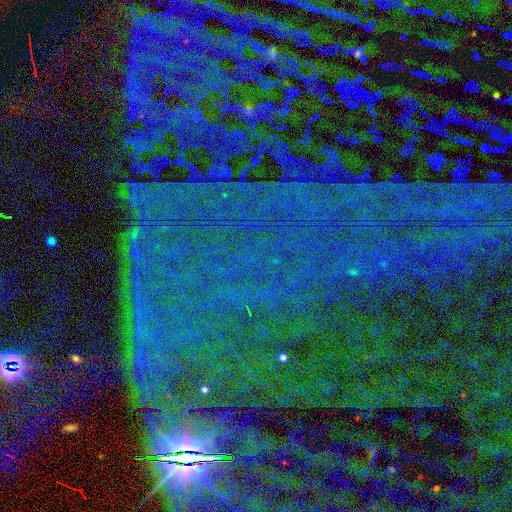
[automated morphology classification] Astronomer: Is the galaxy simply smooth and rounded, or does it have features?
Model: star or artifact — 87%.